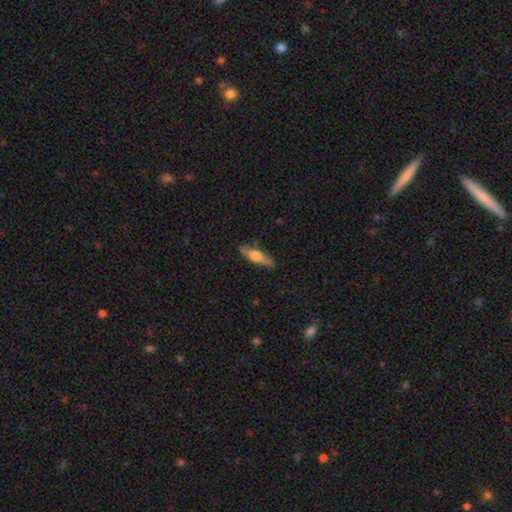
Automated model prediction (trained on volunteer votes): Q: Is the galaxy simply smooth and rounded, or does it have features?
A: featured or disk — 50%.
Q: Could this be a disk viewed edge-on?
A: yes — 91%.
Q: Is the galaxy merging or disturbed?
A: none — 84%.